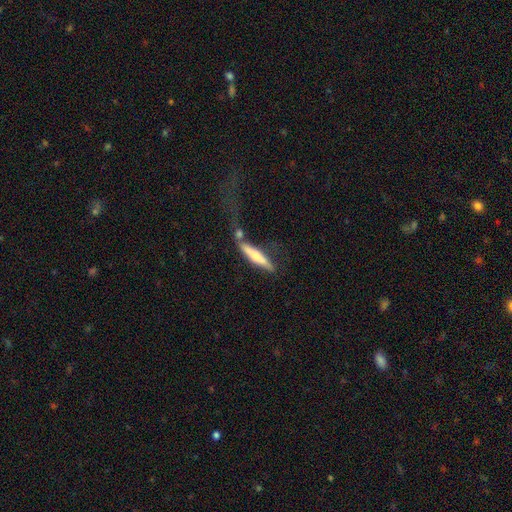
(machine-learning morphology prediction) This is possibly a smooth galaxy (59%). How rounded: clearly cigar-shaped (88%). Merging: possibly none (48%).